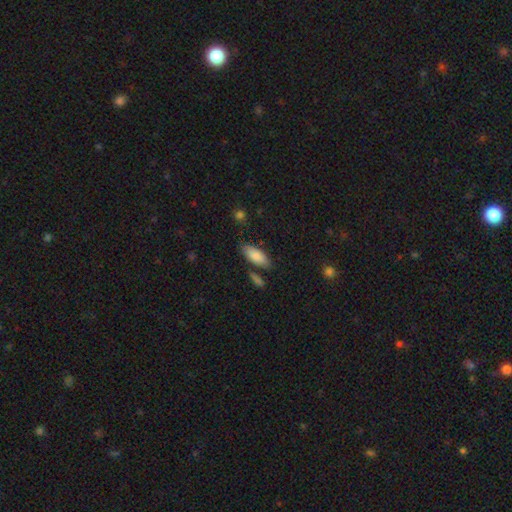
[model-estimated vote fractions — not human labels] smooth 84%, featured or disk 10%, star or artifact 6%. Down the decision tree: how rounded — in between (78%); merging — none (77%).